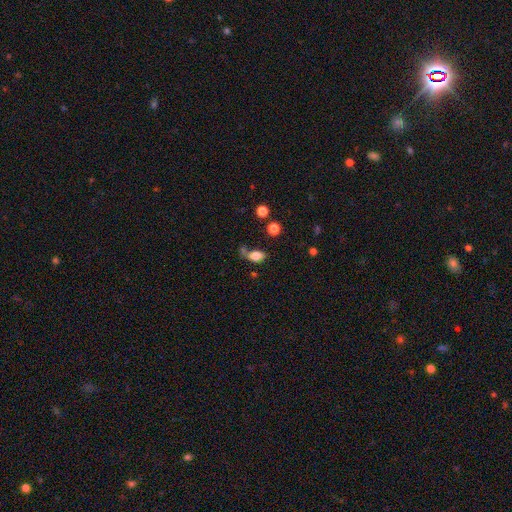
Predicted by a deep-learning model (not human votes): Morphology: type=smooth (77%); roundness=in between (85%); merging=none (44%).